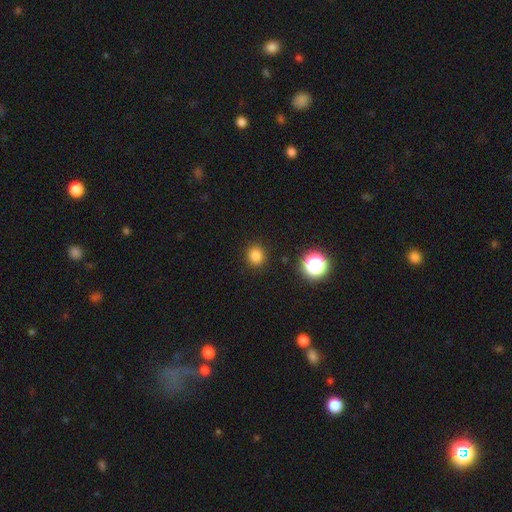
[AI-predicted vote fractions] The model was most divided on "smooth or featured": smooth: 81%, star or artifact: 15%, featured or disk: 4%. More confident: merging — none (90%); how rounded — round (87%).